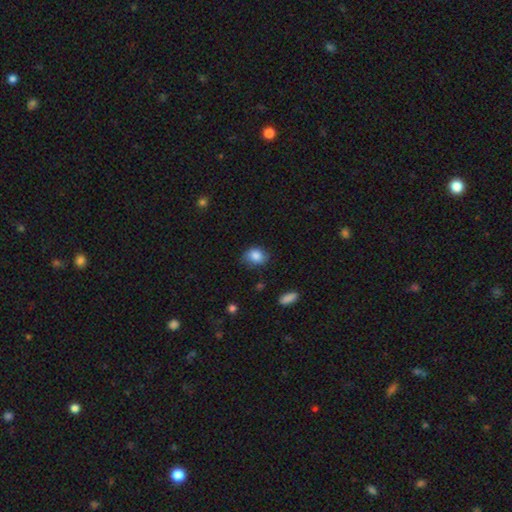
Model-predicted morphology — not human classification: smooth 85%, star or artifact 8%, featured or disk 7%. Down the decision tree: how rounded — in between (56%); merging — none (68%).